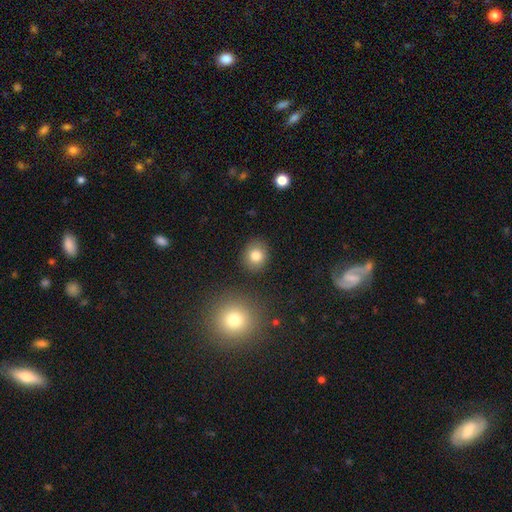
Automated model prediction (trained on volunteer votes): A smooth galaxy with no disk features (82%) that is round (76%). Merging: none (87%).